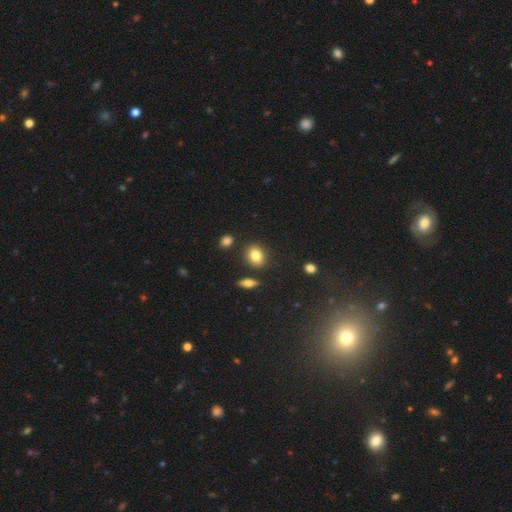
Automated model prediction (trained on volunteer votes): Q: Smooth or featured?
A: smooth (82%); runner-up: star or artifact (9%)
Q: How rounded?
A: round (52%); runner-up: in between (47%)
Q: Merging?
A: none (83%); runner-up: minor disturbance (9%)